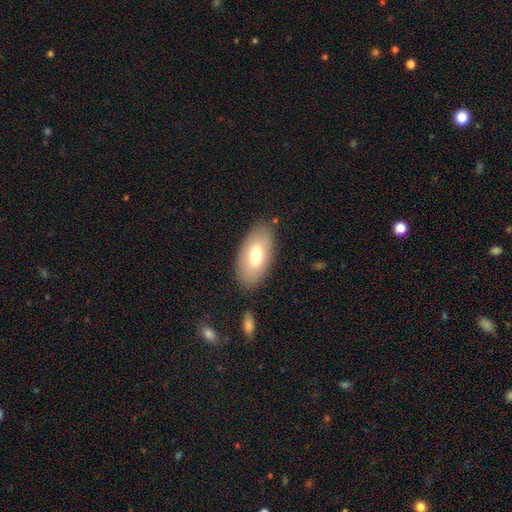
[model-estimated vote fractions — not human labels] Morphology: type=smooth (67%); roundness=in between (93%); merging=none (84%).